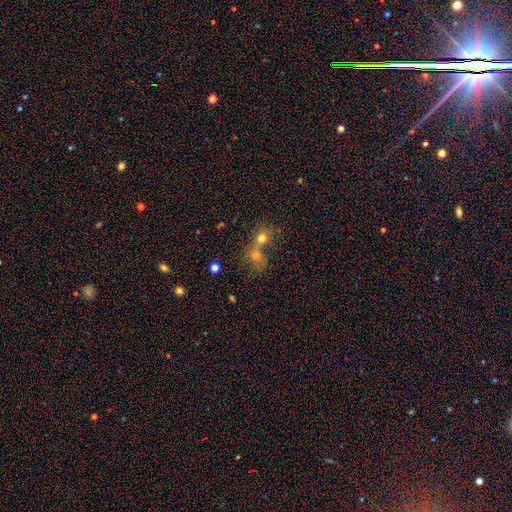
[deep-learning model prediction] Morphology: type=smooth (65%); roundness=round (73%); merging=merger (66%).